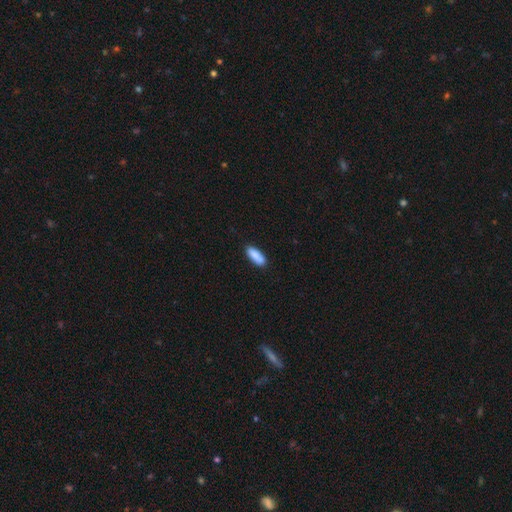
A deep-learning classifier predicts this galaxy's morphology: A smooth galaxy with no disk features (88%) that is in between round and cigar-shaped (66%). Merging: none (83%).